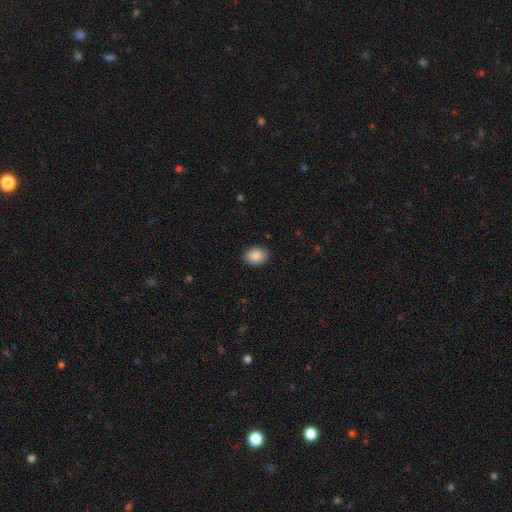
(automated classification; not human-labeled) smooth_or_featured: smooth (p=0.89) [alt: star or artifact p=0.08]
how_rounded: in between (p=0.66) [alt: round p=0.33]
merging: none (p=0.89) [alt: minor disturbance p=0.08]